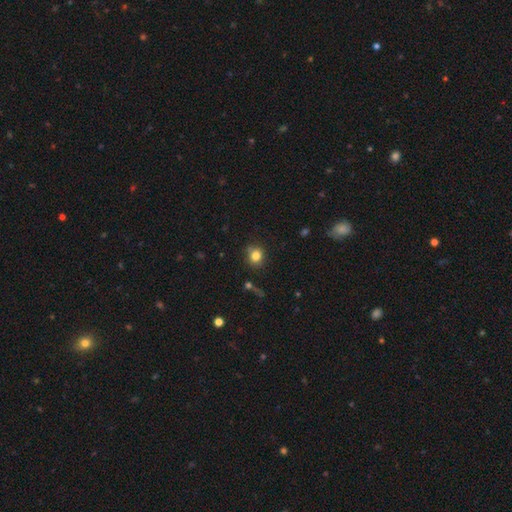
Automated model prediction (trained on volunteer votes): Smooth or featured: smooth — 81% (star or artifact — 12%)
How rounded: round — 77% (in between — 22%)
Merging: none — 78% (minor disturbance — 14%)